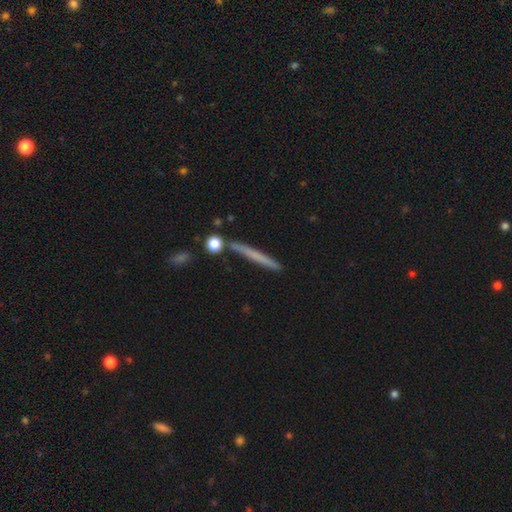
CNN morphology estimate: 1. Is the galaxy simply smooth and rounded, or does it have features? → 58% smooth, 35% featured or disk, 7% star or artifact.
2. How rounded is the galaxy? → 95% cigar-shaped, 3% in between, 3% round.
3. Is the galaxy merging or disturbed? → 82% none, 10% minor disturbance, 6% merger, 3% major disturbance.